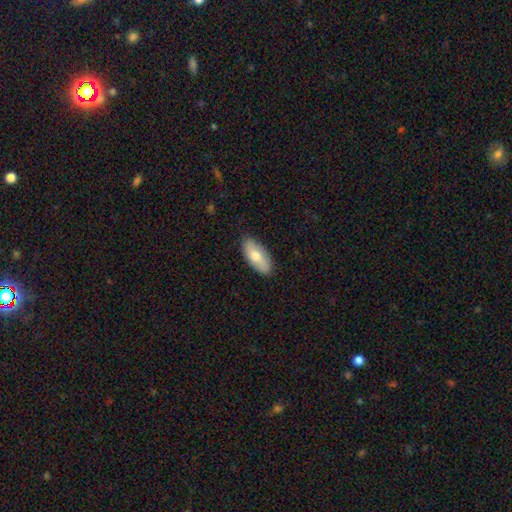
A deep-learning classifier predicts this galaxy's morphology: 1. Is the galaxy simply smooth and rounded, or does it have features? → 72% smooth, 22% featured or disk, 6% star or artifact.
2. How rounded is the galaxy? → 87% in between, 11% cigar-shaped, 3% round.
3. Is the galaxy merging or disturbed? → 85% none, 12% minor disturbance, 2% major disturbance, 1% merger.